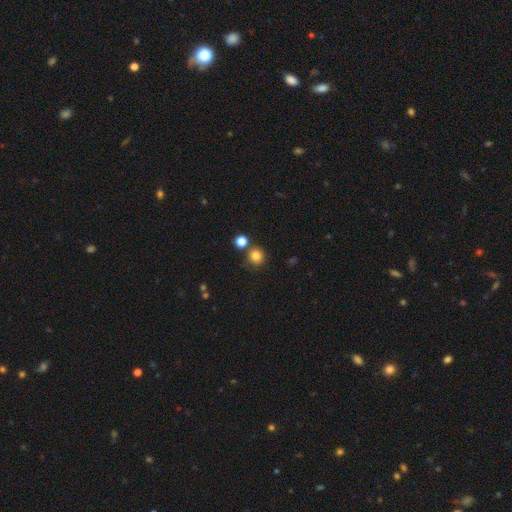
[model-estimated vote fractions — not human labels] Smooth or featured: smooth — 81% (star or artifact — 13%)
How rounded: round — 92% (in between — 8%)
Merging: none — 78% (merger — 11%)